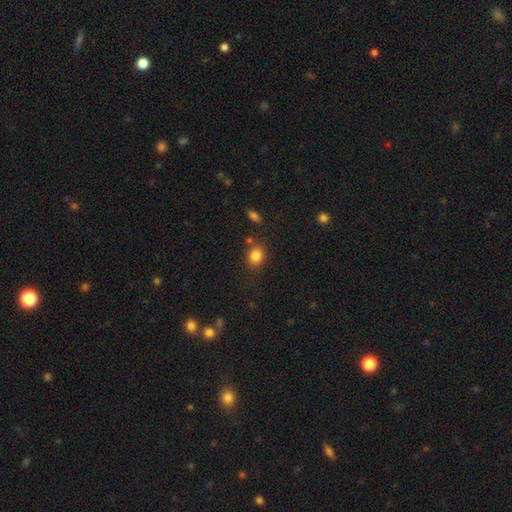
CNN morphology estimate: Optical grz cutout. It shows a smooth galaxy with no disk features (84%) that is round (64%). Merging: none (76%).